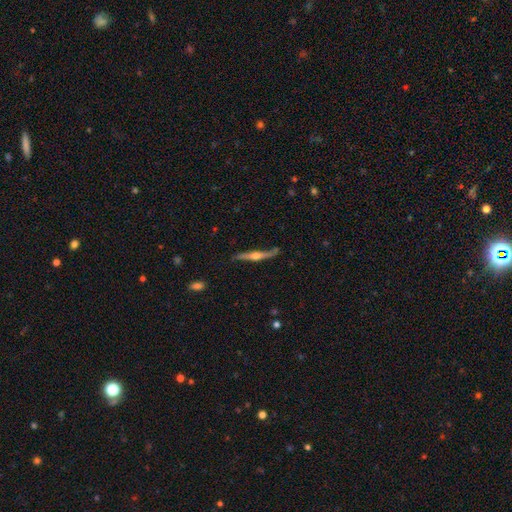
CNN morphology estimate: Smooth or featured? Predicted: featured or disk (p=0.77). Edge-on disk? Predicted: yes (p=0.94). Edge-on bulge? Predicted: rounded (p=0.92). Merging? Predicted: none (p=0.72).